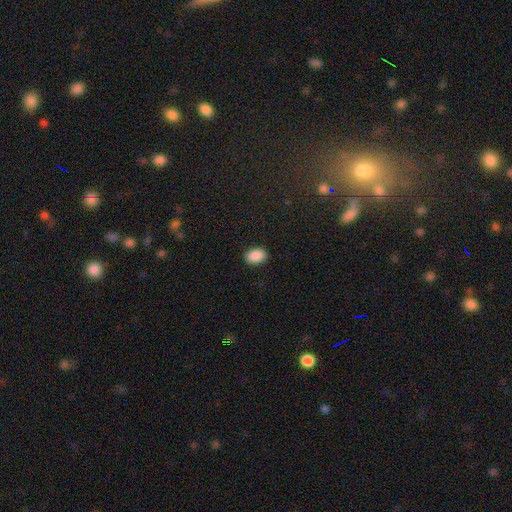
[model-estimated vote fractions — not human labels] A smooth galaxy with no disk features (90%) that is in between round and cigar-shaped (81%). Merging: none (90%).